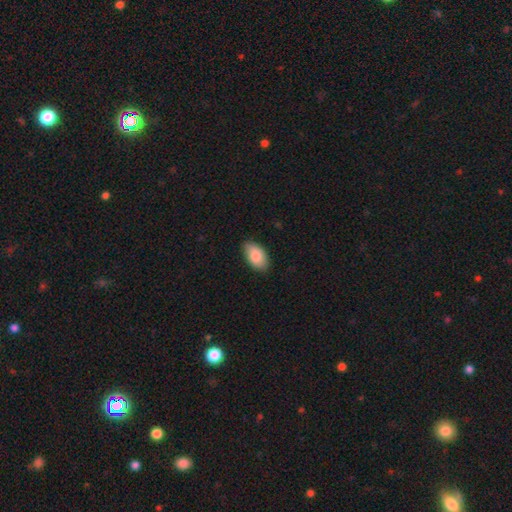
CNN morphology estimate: Smooth or featured? smooth (84%)
How rounded? in between (94%)
Merging? none (82%)